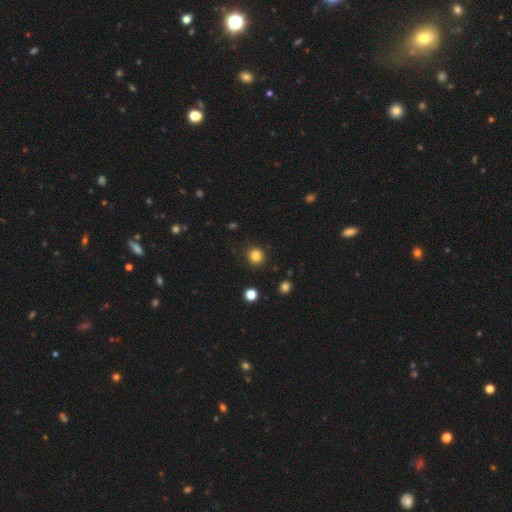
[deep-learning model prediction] smooth_or_featured: smooth (p=0.83) [alt: star or artifact p=0.12]
how_rounded: round (p=0.91) [alt: in between p=0.08]
merging: none (p=0.91) [alt: minor disturbance p=0.06]